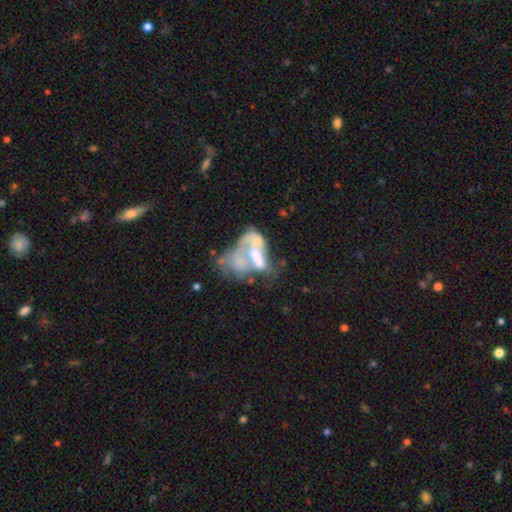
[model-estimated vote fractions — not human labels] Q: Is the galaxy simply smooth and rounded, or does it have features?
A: featured or disk — 59%.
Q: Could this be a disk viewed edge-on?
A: no — 96%.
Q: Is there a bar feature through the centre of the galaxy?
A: no — 80%.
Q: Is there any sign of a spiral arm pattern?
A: no — 87%.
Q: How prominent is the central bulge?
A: none — 37%.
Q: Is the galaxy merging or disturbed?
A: merger — 52%.